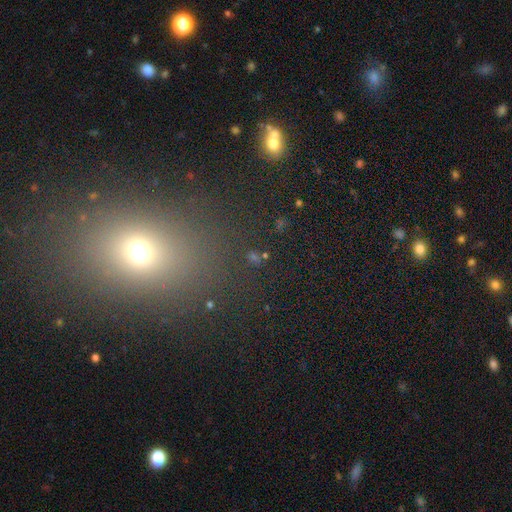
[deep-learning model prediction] Q: Smooth or featured?
A: smooth (53%); runner-up: star or artifact (36%)
Q: How rounded?
A: round (50%); runner-up: in between (47%)
Q: Merging?
A: none (84%); runner-up: minor disturbance (8%)